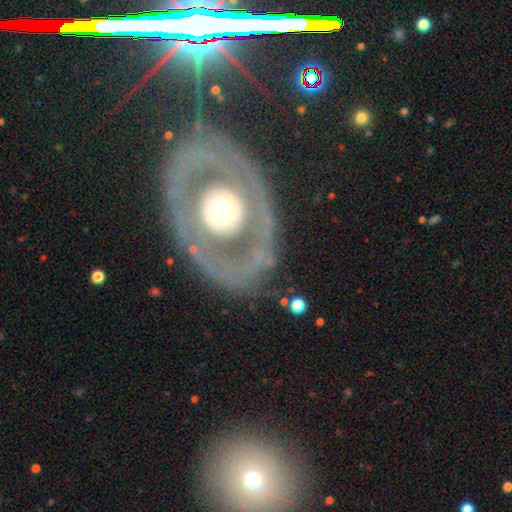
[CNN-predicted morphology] Smooth or featured? Predicted: featured or disk (p=0.71). Edge-on disk? Predicted: no (p=0.92). Bar? Predicted: no (p=0.90). Spiral arms? Predicted: no (p=0.76). Bulge size? Predicted: moderate (p=0.53). Merging? Predicted: none (p=0.78).